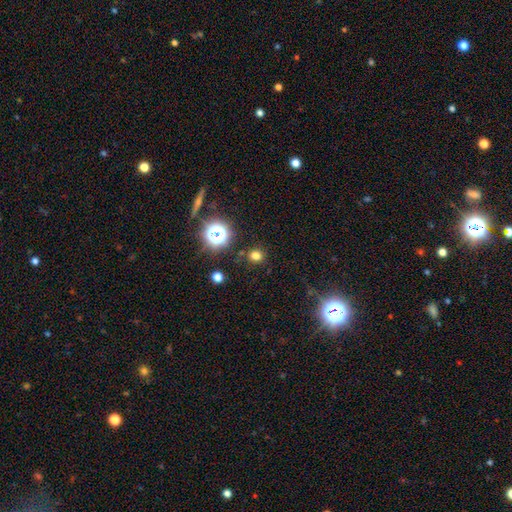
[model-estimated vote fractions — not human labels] This is likely a smooth galaxy (73%). How rounded: clearly round (83%). Merging: clearly none (87%).